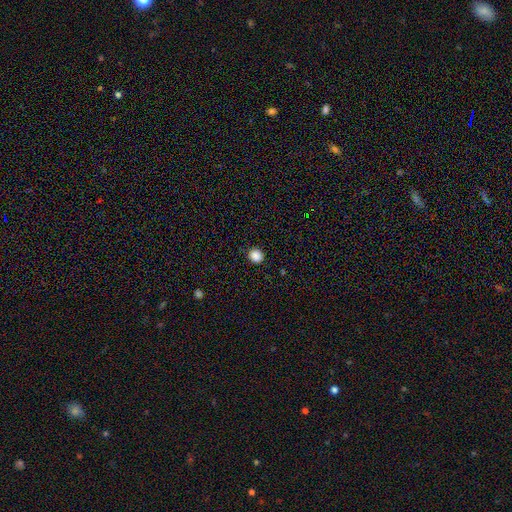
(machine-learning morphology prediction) smooth-or-featured: smooth: 87% | star or artifact: 10% | featured or disk: 3%
  how-rounded: round: 83% | in between: 16% | cigar-shaped: 1%
  merging: none: 90% | minor disturbance: 7% | major disturbance: 2% | merger: 1%